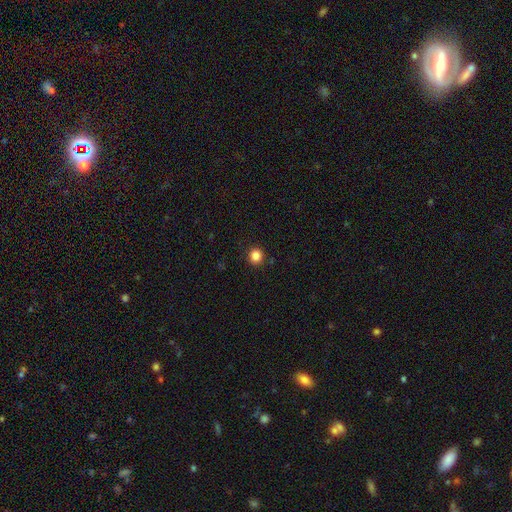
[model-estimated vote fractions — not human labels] This is clearly a smooth galaxy (85%). How rounded: clearly round (88%). Merging: clearly none (91%).